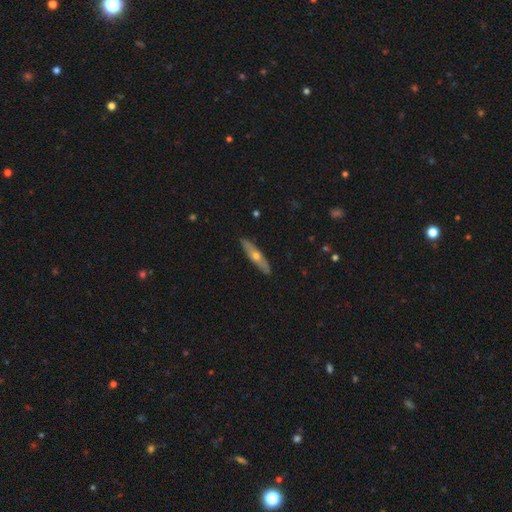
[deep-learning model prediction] smooth-or-featured: featured or disk: 53% | smooth: 40% | star or artifact: 6%
  disk-edge-on: yes: 81% | no: 19%
  merging: none: 89% | minor disturbance: 8% | major disturbance: 1% | merger: 1%